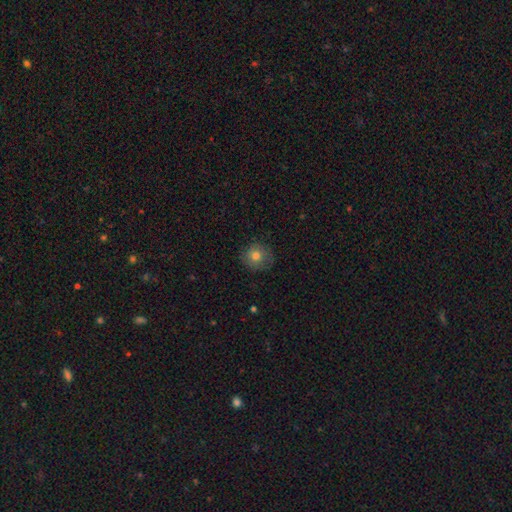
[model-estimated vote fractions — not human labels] Morphology: type=smooth (78%); roundness=round (90%); merging=none (83%).